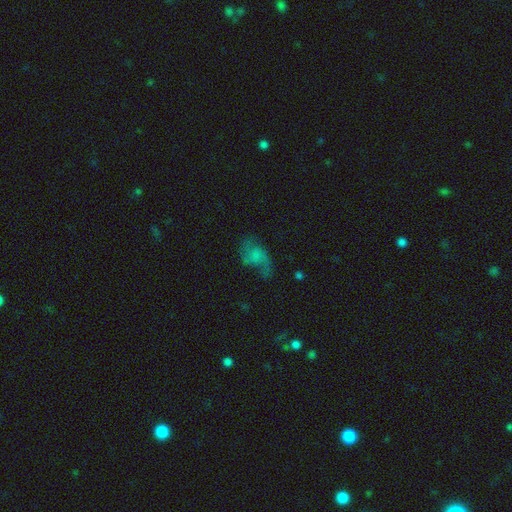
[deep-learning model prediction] Smooth or featured? featured or disk (57%)
Edge-on disk? no (97%)
Bar? no (69%)
Spiral arms? yes (81%)
Bulge size? none (46%)
Merging? none (42%)